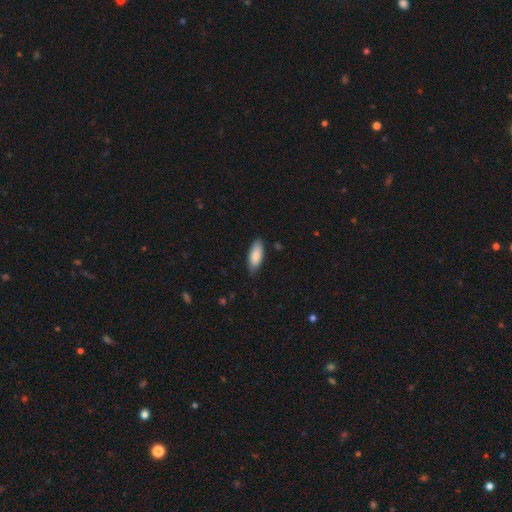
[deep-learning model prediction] smooth 86%, featured or disk 8%, star or artifact 6%. Down the decision tree: how rounded — in between (80%); merging — none (81%).